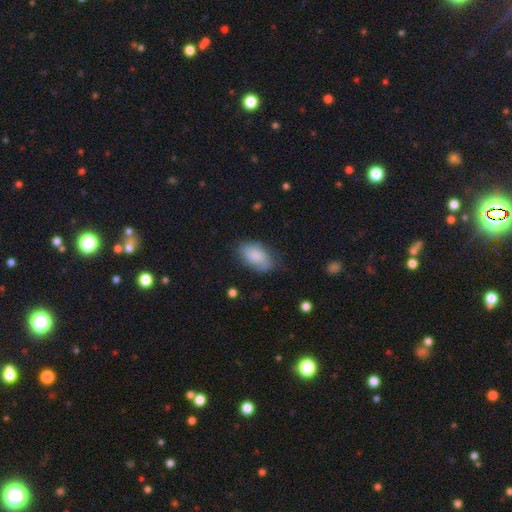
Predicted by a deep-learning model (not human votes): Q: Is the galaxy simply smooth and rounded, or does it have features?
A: smooth — 78%.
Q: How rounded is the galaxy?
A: in between — 93%.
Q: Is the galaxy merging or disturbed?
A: none — 66%.